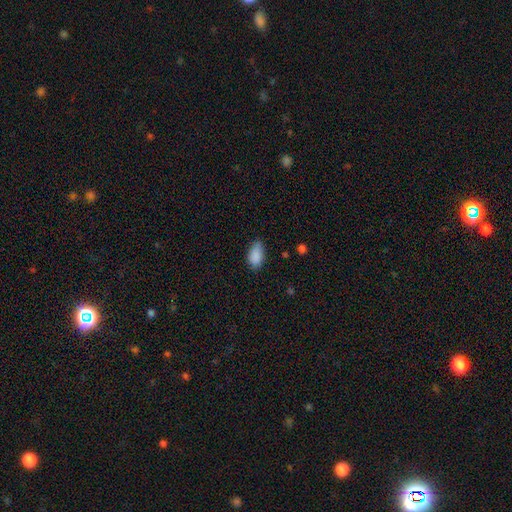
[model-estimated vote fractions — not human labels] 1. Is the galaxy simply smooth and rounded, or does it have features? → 88% smooth, 7% star or artifact, 4% featured or disk.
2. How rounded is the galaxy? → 92% in between, 4% round, 4% cigar-shaped.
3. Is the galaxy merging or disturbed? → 71% none, 24% minor disturbance, 4% major disturbance, 1% merger.